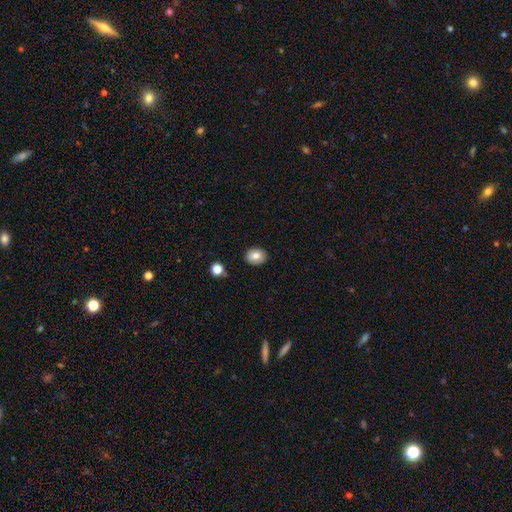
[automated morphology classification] A smooth galaxy with no disk features (80%) that is round (54%). Merging: none (89%).